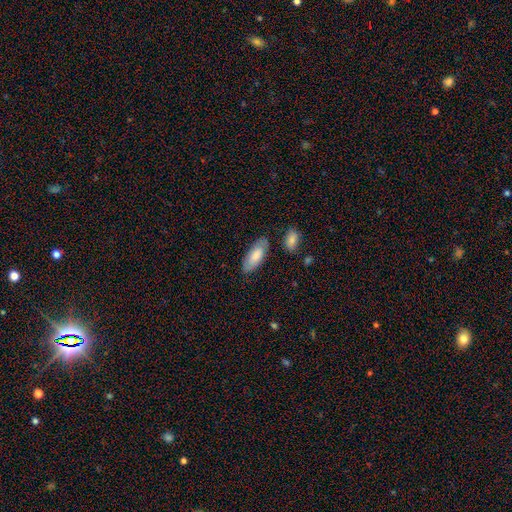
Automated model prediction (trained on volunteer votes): Morphology: type=smooth (79%); roundness=in between (83%); merging=none (79%).